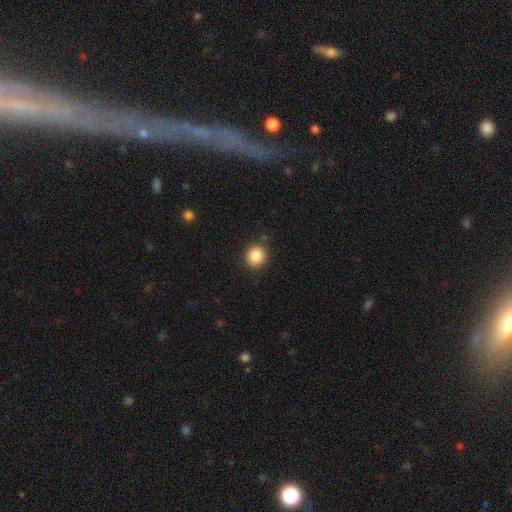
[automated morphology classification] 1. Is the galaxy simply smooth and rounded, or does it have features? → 87% smooth, 9% star or artifact, 4% featured or disk.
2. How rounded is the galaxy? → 84% round, 15% in between, 1% cigar-shaped.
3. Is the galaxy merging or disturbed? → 87% none, 9% minor disturbance, 3% major disturbance, 1% merger.